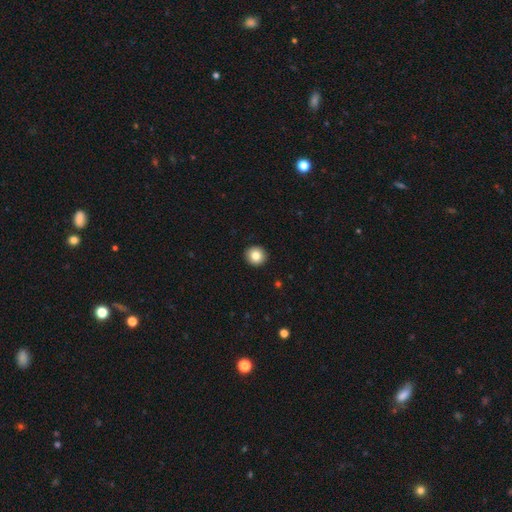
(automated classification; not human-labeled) Overall: smooth (83%). How rounded: round (94%). Merging: none (93%).